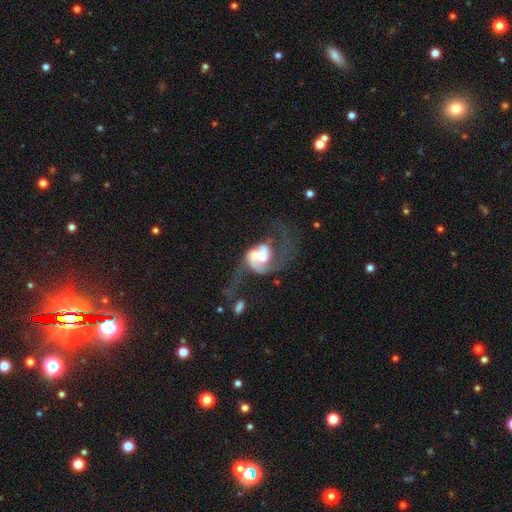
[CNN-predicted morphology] A featured or disk galaxy (72%) with no bar (51%), 2 (58%) loose (60%) spiral arms (78%) and a moderate central bulge (31%). Merging: major disturbance (43%).